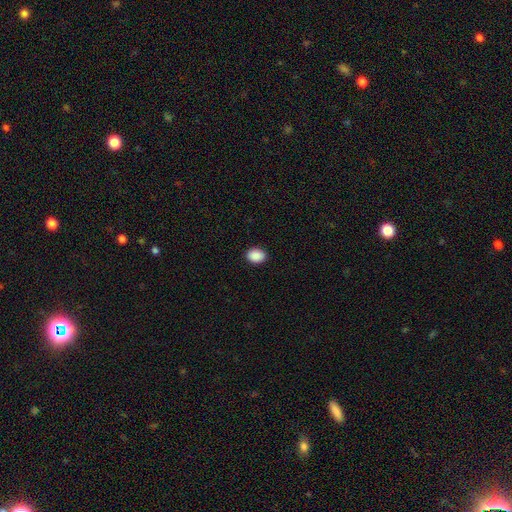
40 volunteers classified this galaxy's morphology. Volunteers were most divided on "how rounded": in between: 74%, round: 26%, cigar-shaped: 0%. More confident: smooth or featured — smooth (98%); merging — none (92%).